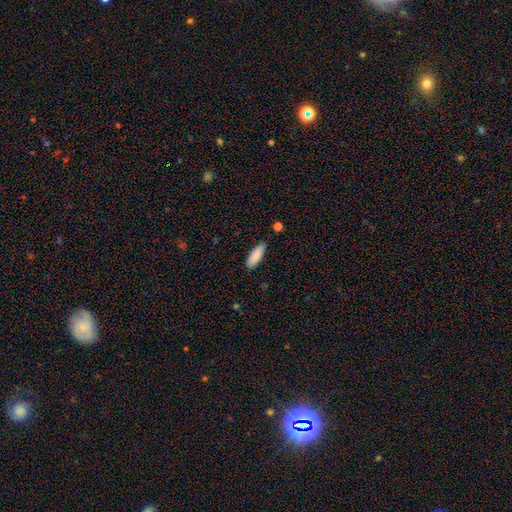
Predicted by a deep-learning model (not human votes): Smooth or featured: smooth — 87% (featured or disk — 7%)
How rounded: in between — 61% (cigar-shaped — 37%)
Merging: none — 81% (minor disturbance — 15%)